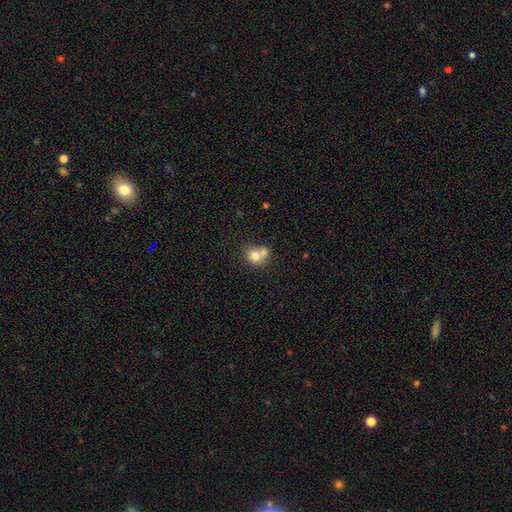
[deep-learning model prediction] Smooth or featured: smooth — 74% (featured or disk — 16%)
How rounded: round — 72% (in between — 27%)
Merging: merger — 54% (none — 34%)